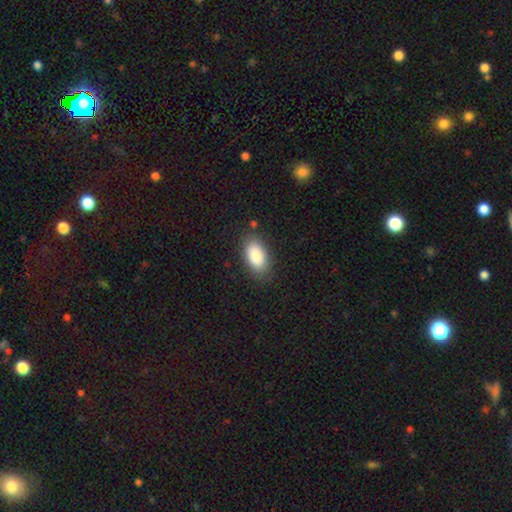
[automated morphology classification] smooth_or_featured: smooth (p=0.86) [alt: featured or disk p=0.07]
how_rounded: in between (p=0.93) [alt: round p=0.03]
merging: none (p=0.83) [alt: minor disturbance p=0.12]